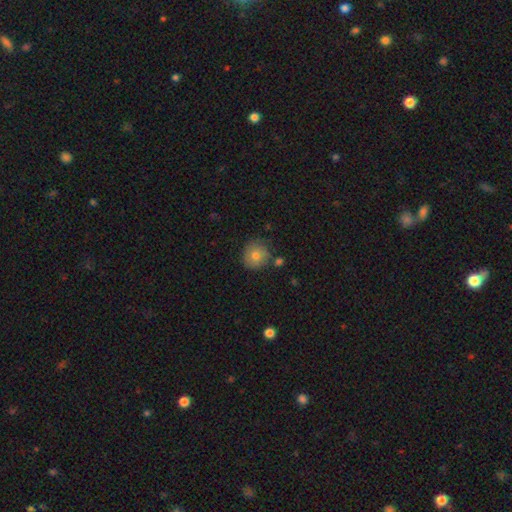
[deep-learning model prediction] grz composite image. It shows a smooth galaxy with no disk features (75%) that is round (91%). Merging: none (77%).